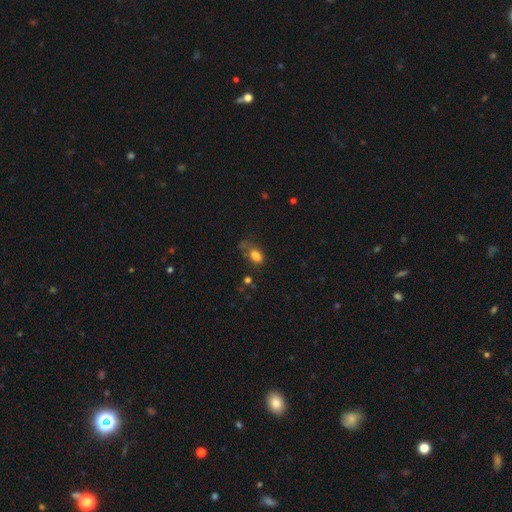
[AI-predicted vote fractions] This appears to be a smooth galaxy with no disk features (80%) that is in between round and cigar-shaped (80%). Merging: none (50%).